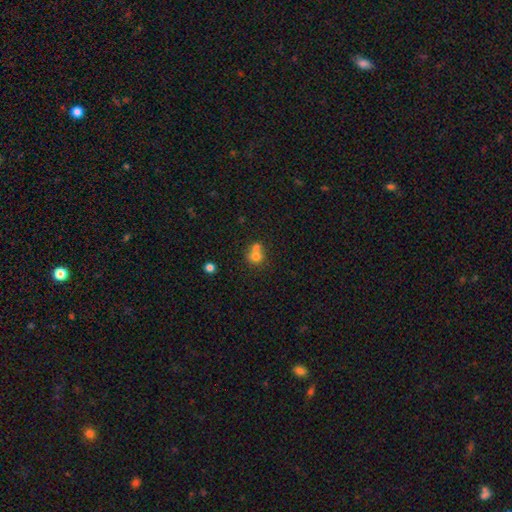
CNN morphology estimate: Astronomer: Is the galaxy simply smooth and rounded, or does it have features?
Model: smooth — 72%.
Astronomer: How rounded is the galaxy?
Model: round — 80%.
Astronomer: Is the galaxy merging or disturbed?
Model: merger — 54% (runner-up: none, 35%).